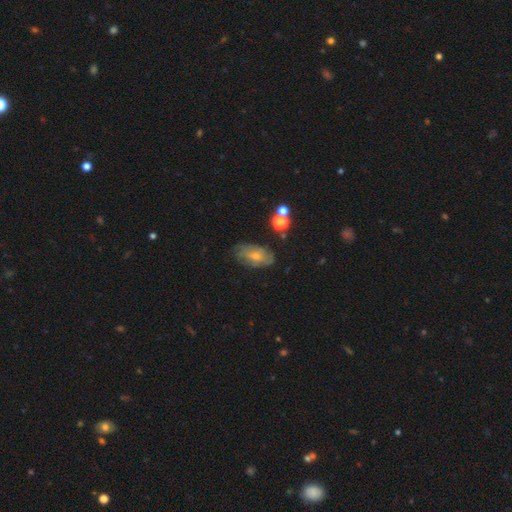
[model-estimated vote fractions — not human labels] Smooth or featured: featured or disk — 48% (smooth — 39%)
Merging: none — 72% (minor disturbance — 20%)